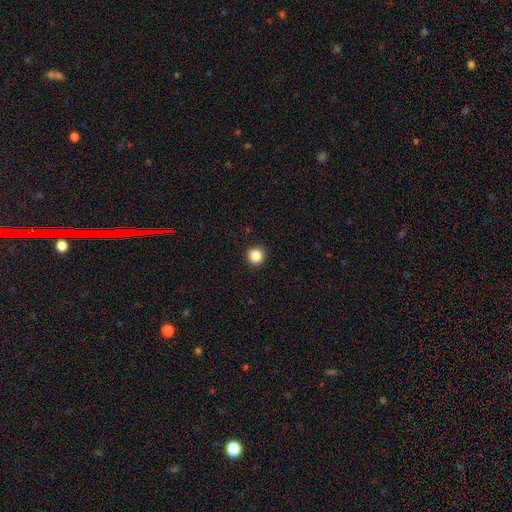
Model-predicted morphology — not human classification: Smooth or featured? smooth (87%)
How rounded? round (95%)
Merging? none (92%)